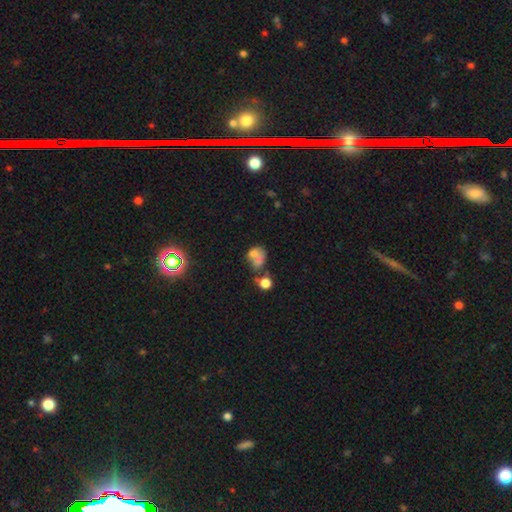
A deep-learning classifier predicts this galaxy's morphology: Smooth or featured?
  - smooth: 64% *
  - featured or disk: 21%
  - star or artifact: 16%
How rounded?
  - in between: 54% *
  - round: 45%
  - cigar-shaped: 1%
Merging?
  - merger: 46% *
  - none: 25%
  - major disturbance: 15%
  - minor disturbance: 14%